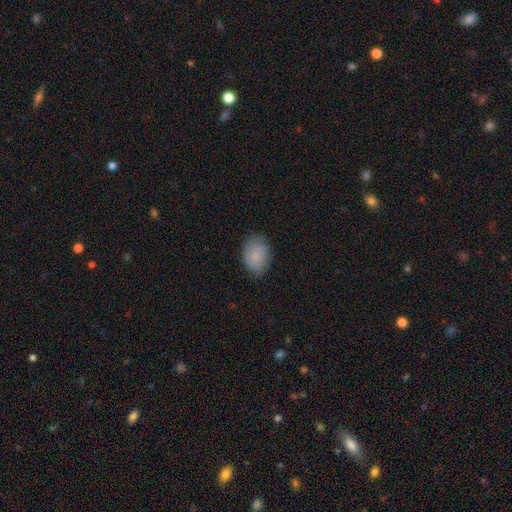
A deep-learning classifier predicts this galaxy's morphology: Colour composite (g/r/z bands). It shows a smooth galaxy with no disk features (80%) that is in between round and cigar-shaped (73%). Merging: none (75%).